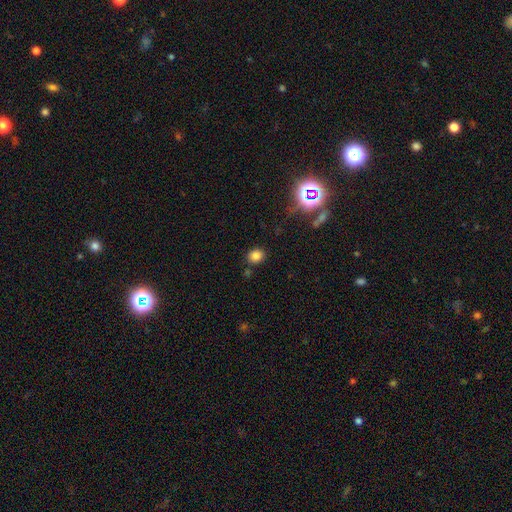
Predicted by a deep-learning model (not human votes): Morphology: type=smooth (82%); roundness=round (64%); merging=none (83%).